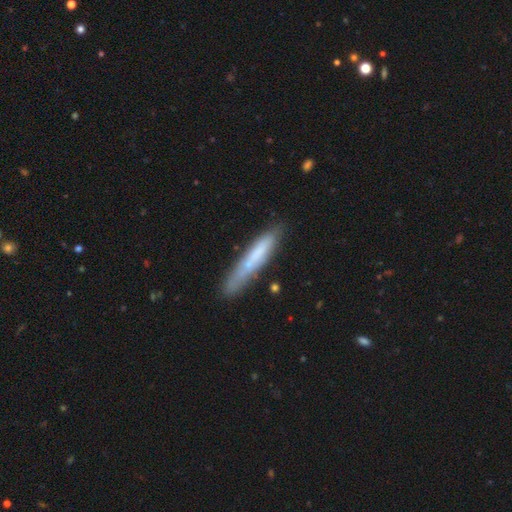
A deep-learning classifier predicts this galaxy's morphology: The model was most divided on "smooth or featured": smooth: 61%, featured or disk: 32%, star or artifact: 7%. More confident: how rounded — cigar-shaped (91%); merging — none (76%).